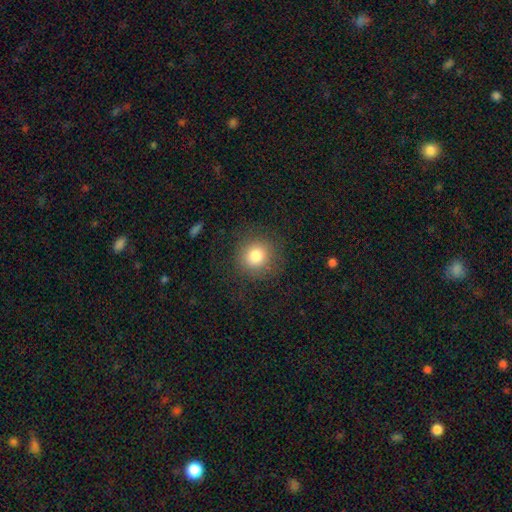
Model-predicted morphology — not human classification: smooth_or_featured: smooth (p=0.81) [alt: star or artifact p=0.11]
how_rounded: round (p=0.91) [alt: in between p=0.08]
merging: none (p=0.84) [alt: minor disturbance p=0.09]